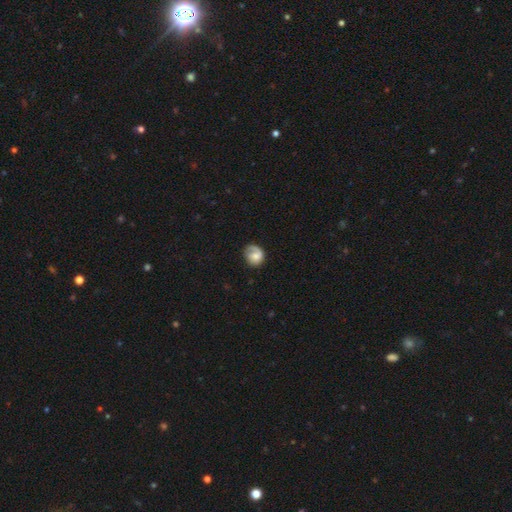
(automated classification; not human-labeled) smooth_or_featured: smooth (p=0.51) [alt: featured or disk p=0.42]
how_rounded: round (p=0.63) [alt: in between p=0.36]
merging: none (p=0.54) [alt: minor disturbance p=0.25]